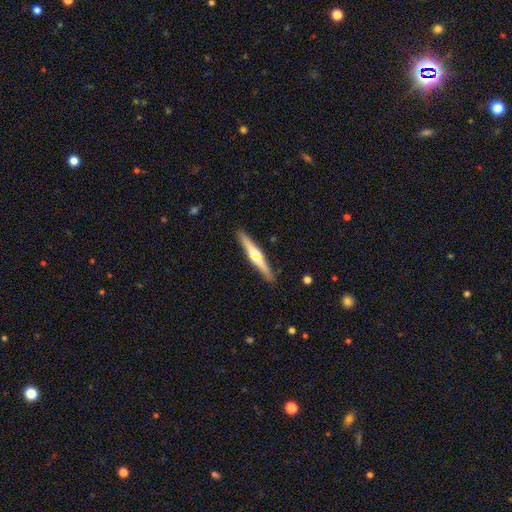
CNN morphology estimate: featured or disk 61%, smooth 34%, star or artifact 5%. Down the decision tree: edge-on disk — yes (97%); edge-on bulge — rounded (84%); merging — none (90%).